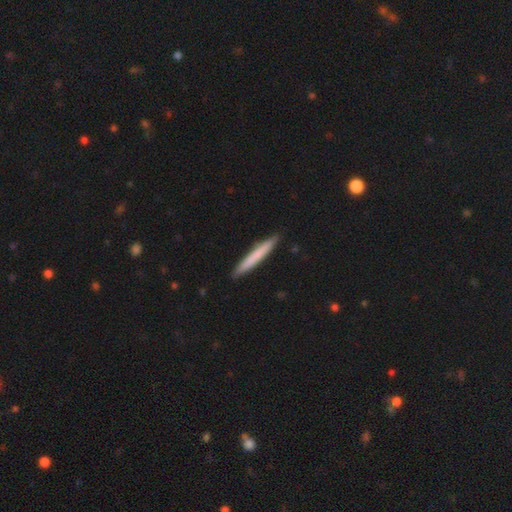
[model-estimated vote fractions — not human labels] Smooth or featured: smooth — 70% (featured or disk — 25%)
How rounded: cigar-shaped — 96% (in between — 3%)
Merging: none — 91% (minor disturbance — 7%)